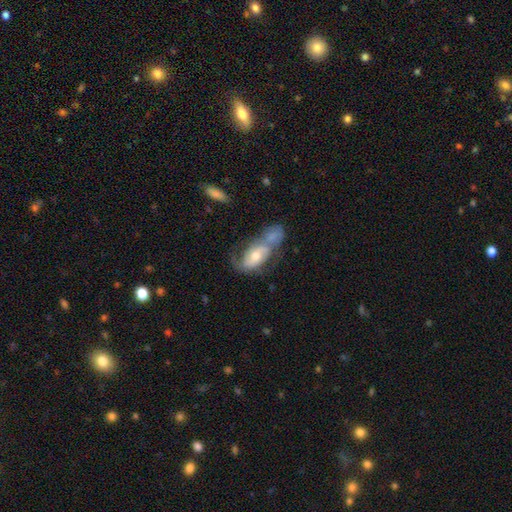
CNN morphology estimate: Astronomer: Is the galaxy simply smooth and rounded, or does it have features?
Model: featured or disk — 60%.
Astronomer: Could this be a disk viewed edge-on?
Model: no — 92%.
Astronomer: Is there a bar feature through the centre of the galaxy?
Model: no — 63%.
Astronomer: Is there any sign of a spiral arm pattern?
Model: yes — 76%.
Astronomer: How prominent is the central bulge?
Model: moderate — 62%.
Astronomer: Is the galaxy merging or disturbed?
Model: merger — 45% (runner-up: none, 25%).